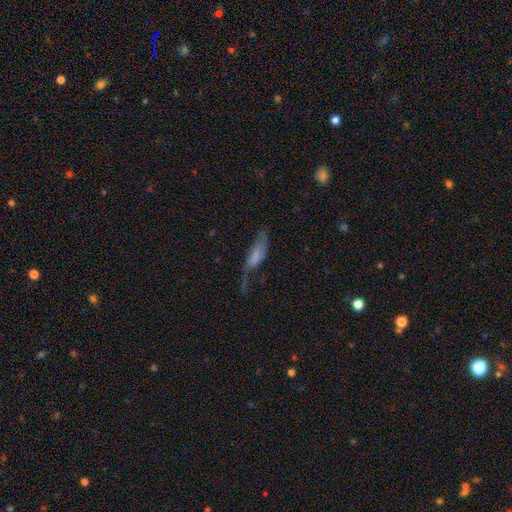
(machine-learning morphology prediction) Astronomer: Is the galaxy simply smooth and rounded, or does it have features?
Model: smooth — 54% (runner-up: featured or disk, 36%).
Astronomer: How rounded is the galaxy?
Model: in between — 64%.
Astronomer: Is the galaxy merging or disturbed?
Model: major disturbance — 47% (runner-up: none, 23%).